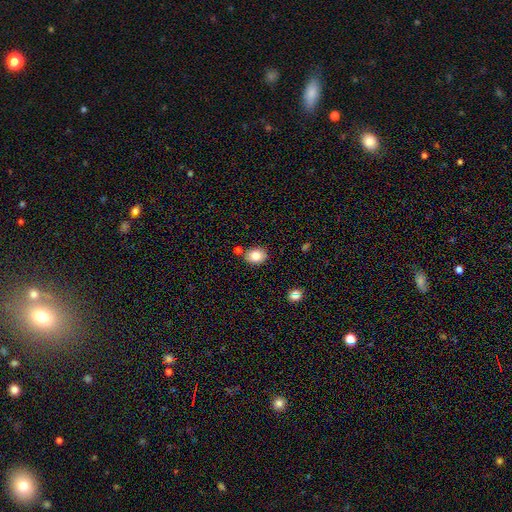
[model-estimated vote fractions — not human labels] This is clearly a smooth galaxy (82%). How rounded: possibly in between (59%). Merging: clearly none (81%).